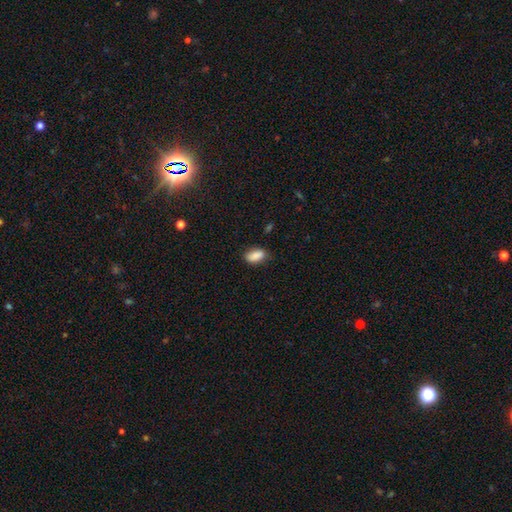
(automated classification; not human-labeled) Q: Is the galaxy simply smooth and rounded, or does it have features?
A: smooth — 87%.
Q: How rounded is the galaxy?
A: in between — 89%.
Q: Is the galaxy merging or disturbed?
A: none — 73%.